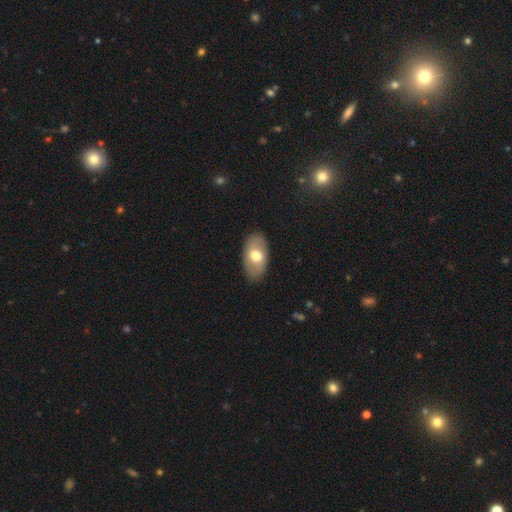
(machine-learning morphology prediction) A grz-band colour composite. It shows a smooth galaxy with no disk features (64%) that is in between round and cigar-shaped (92%). Merging: none (85%).